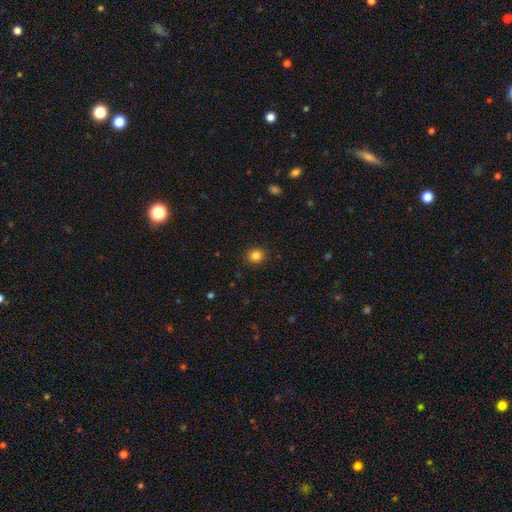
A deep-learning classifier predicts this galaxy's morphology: smooth-or-featured: smooth: 84% | star or artifact: 12% | featured or disk: 4%
  how-rounded: round: 83% | in between: 16% | cigar-shaped: 1%
  merging: none: 90% | minor disturbance: 6% | major disturbance: 2% | merger: 1%